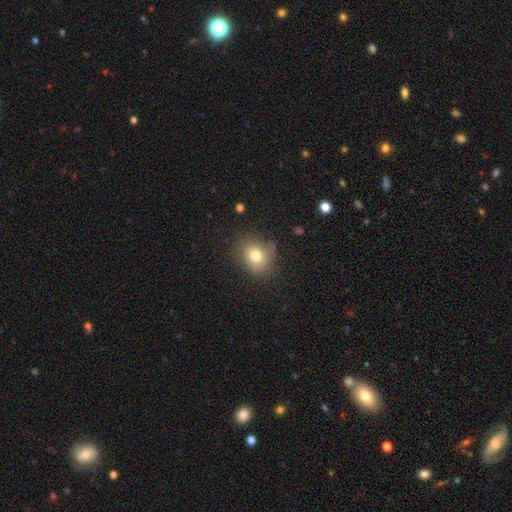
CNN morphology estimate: type=smooth (75%); roundness=round (52%); merging=none (67%).